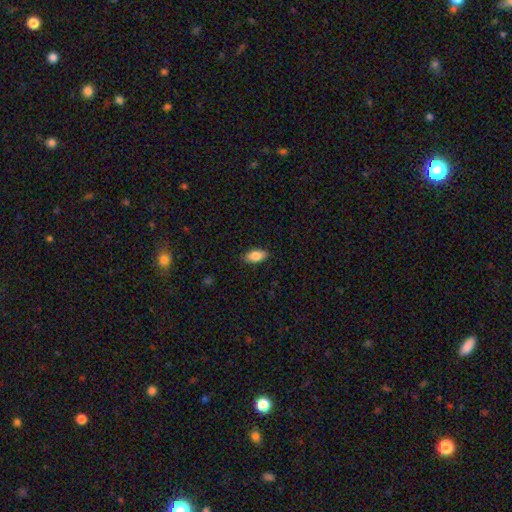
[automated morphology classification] Smooth or featured: smooth — 83% (featured or disk — 10%)
How rounded: in between — 90% (cigar-shaped — 7%)
Merging: none — 87% (minor disturbance — 10%)